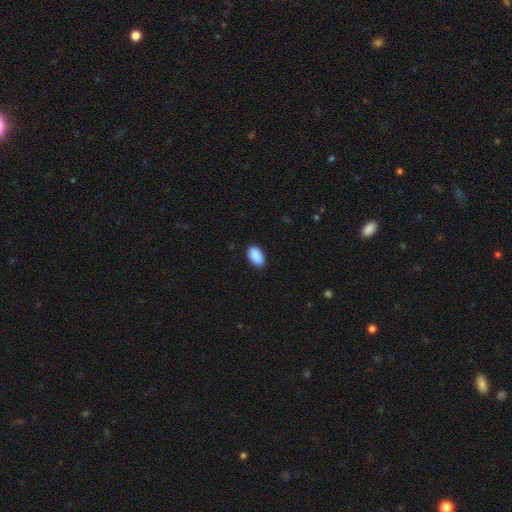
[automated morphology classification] Smooth or featured?
  - smooth: 91% *
  - star or artifact: 6%
  - featured or disk: 3%
How rounded?
  - in between: 95% *
  - round: 4%
  - cigar-shaped: 2%
Merging?
  - none: 87% *
  - minor disturbance: 10%
  - major disturbance: 2%
  - merger: 1%